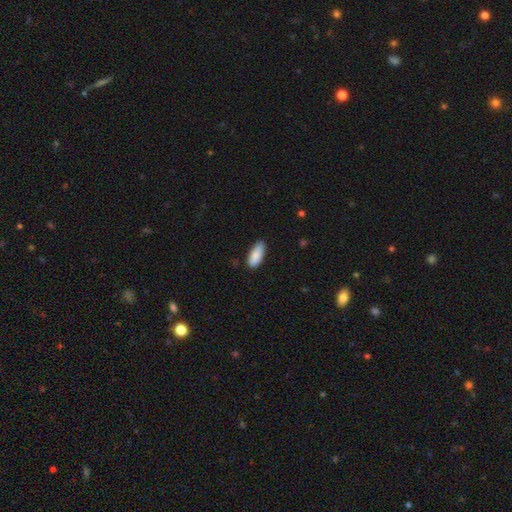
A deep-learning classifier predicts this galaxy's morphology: type=smooth (88%); roundness=in between (80%); merging=none (77%).